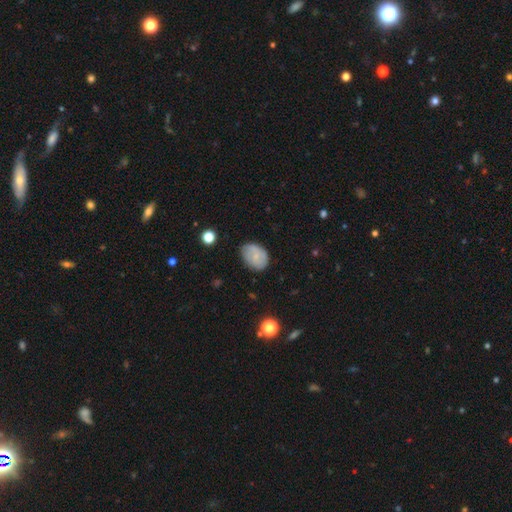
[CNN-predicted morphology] A smooth galaxy with no disk features (62%) that is in between round and cigar-shaped (74%).

Vote fractions:
- Smooth or featured? smooth: 62% / featured or disk: 29% / star or artifact: 8%
- How rounded? in between: 74% / round: 25% / cigar-shaped: 1%
- Merging? none: 66% / minor disturbance: 26% / major disturbance: 6% / merger: 2%